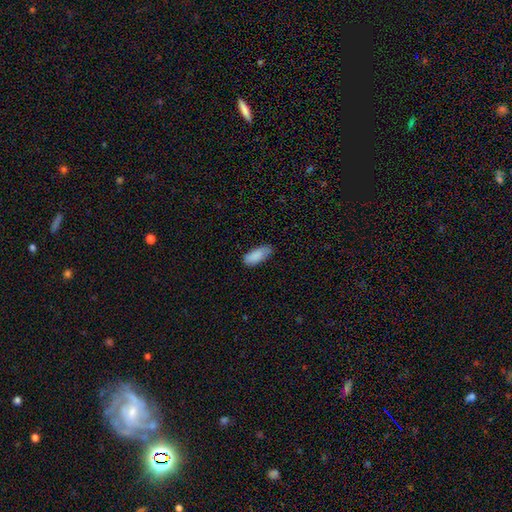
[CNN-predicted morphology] smooth 87%, star or artifact 6%, featured or disk 6%. Down the decision tree: how rounded — in between (86%); merging — none (68%).